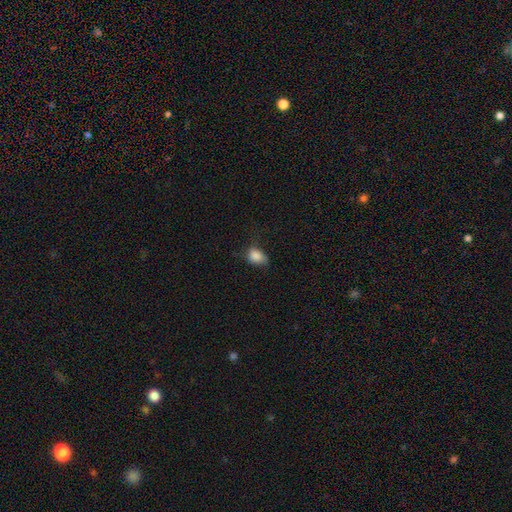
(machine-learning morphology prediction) smooth_or_featured: smooth (p=0.85) [alt: star or artifact p=0.09]
how_rounded: in between (p=0.72) [alt: round p=0.27]
merging: none (p=0.47) [alt: minor disturbance p=0.35]